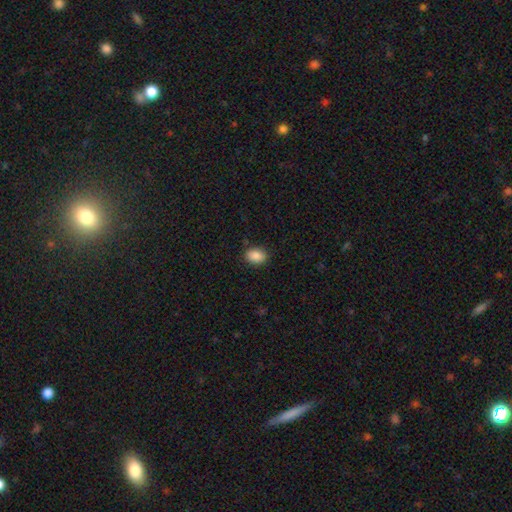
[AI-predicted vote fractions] A smooth galaxy with no disk features (89%) that is in between round and cigar-shaped (79%).

Vote fractions:
- Smooth or featured? smooth: 89% / star or artifact: 8% / featured or disk: 3%
- How rounded? in between: 79% / round: 20% / cigar-shaped: 1%
- Merging? none: 87% / minor disturbance: 9% / major disturbance: 2% / merger: 1%